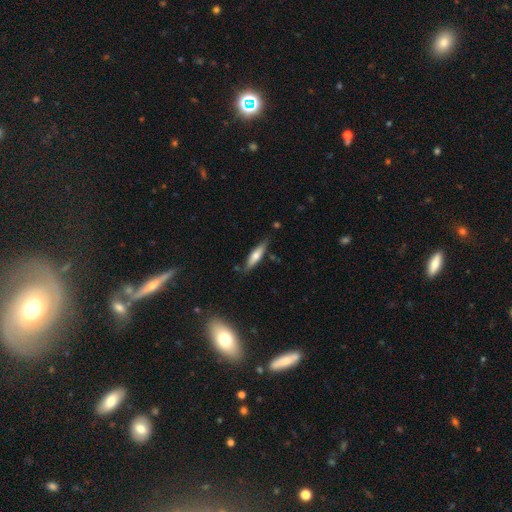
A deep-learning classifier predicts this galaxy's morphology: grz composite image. It shows a smooth galaxy with no disk features (57%) that is cigar-shaped (72%). Merging: none (80%).